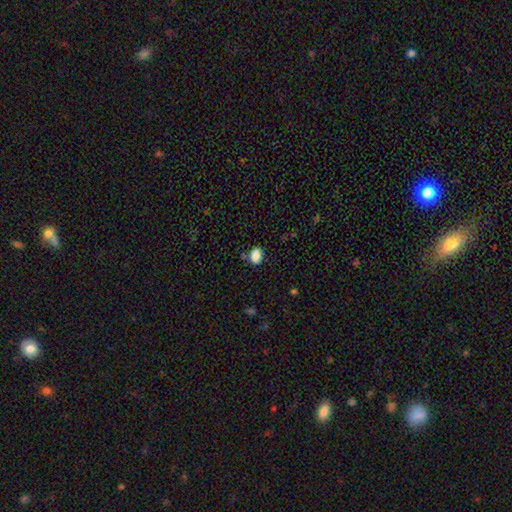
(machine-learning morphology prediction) A smooth galaxy with no disk features (87%) that is in between round and cigar-shaped (69%).

Vote fractions:
- Smooth or featured? smooth: 87% / star or artifact: 9% / featured or disk: 4%
- How rounded? in between: 69% / round: 30% / cigar-shaped: 1%
- Merging? none: 76% / minor disturbance: 15% / merger: 5% / major disturbance: 4%